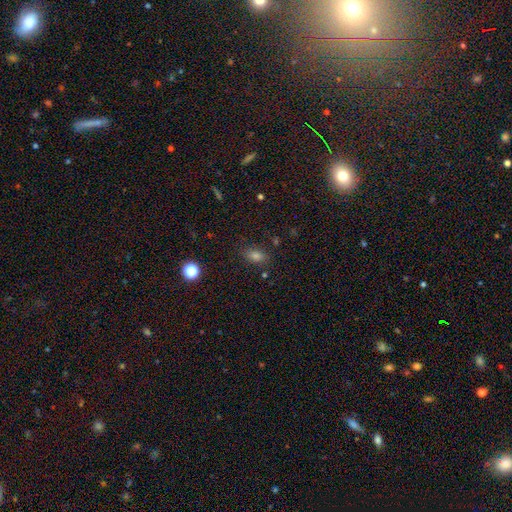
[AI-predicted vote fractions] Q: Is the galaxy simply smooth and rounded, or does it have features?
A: smooth — 71%.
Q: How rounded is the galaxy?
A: in between — 78%.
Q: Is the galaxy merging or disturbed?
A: none — 83%.